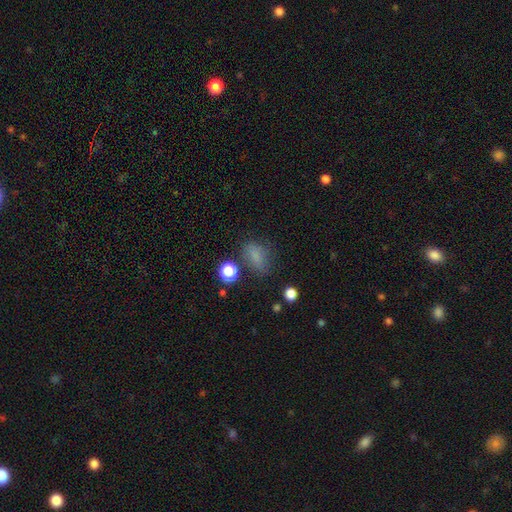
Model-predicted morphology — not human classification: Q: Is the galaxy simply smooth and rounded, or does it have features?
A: smooth — 75%.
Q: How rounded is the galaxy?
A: in between — 76%.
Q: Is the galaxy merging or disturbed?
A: none — 65%.